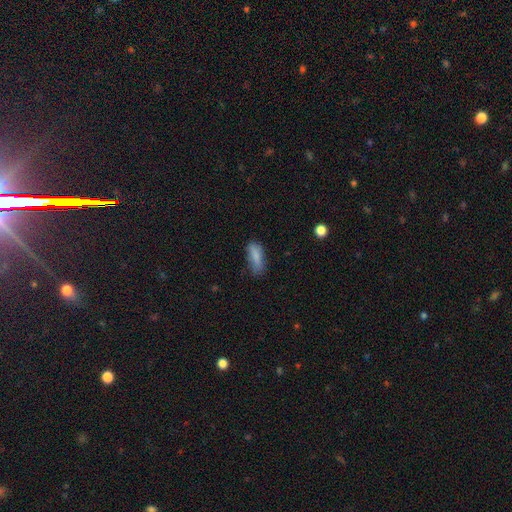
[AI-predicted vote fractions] Smooth or featured? Predicted: smooth (p=0.82). How rounded? Predicted: in between (p=0.65). Merging? Predicted: none (p=0.59).